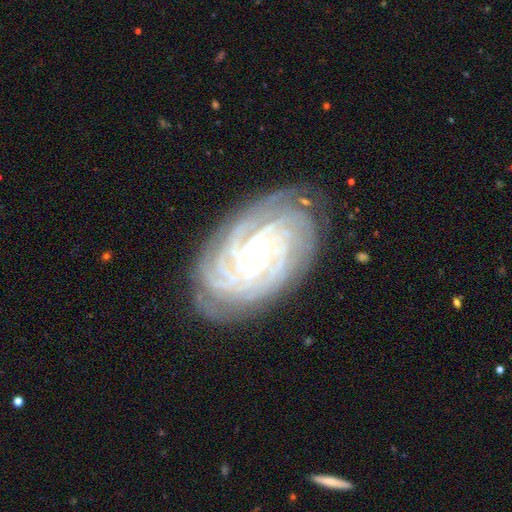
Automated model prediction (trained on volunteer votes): smooth-or-featured: featured or disk: 90% | star or artifact: 6% | smooth: 5%
  disk-edge-on: no: 97% | yes: 3%
    bar: no: 61% | weak: 27% | strong: 12%
    has-spiral-arms: yes: 99% | no: 1%
      spiral-winding: tight: 85% | medium: 13% | loose: 2%
      spiral-arm-count: more than 4: 31% | 4: 27% | can't tell: 16% | 3: 11% | 2: 8% | 1: 7%
    bulge-size: small: 59% | moderate: 36% | large: 2% | none: 1% | dominant: 1%
  merging: none: 81% | minor disturbance: 14% | major disturbance: 3% | merger: 1%